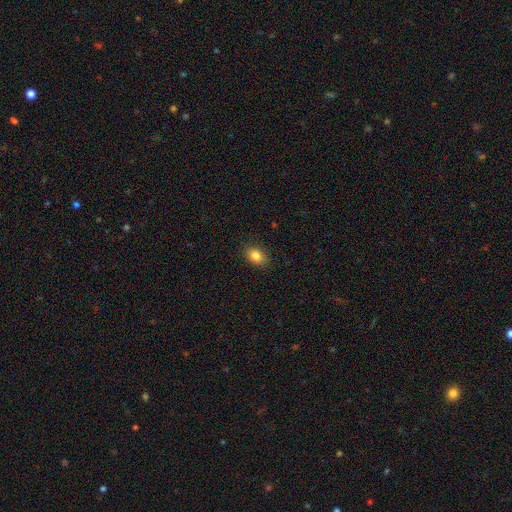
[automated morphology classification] A smooth galaxy with no disk features (84%) that is in between round and cigar-shaped (79%). Merging: none (88%).